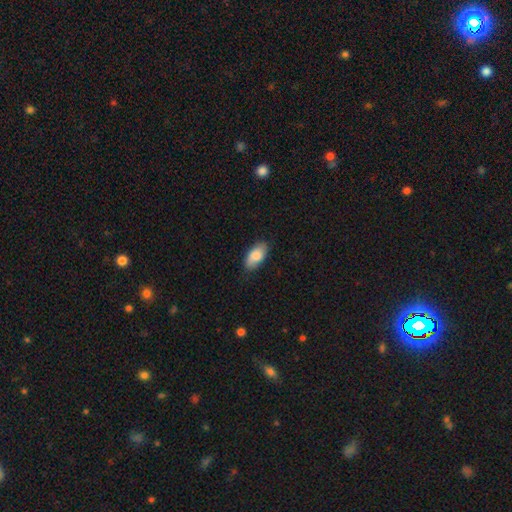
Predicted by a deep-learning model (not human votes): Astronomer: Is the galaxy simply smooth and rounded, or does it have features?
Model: smooth — 84%.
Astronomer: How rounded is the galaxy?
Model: in between — 92%.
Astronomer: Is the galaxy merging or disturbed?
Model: none — 79%.